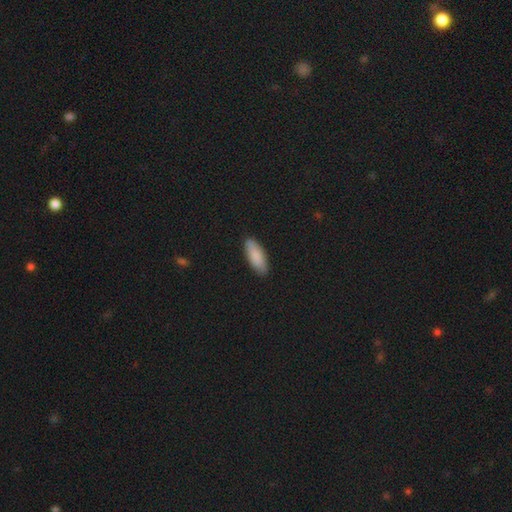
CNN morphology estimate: Overall: smooth (87%). How rounded: in between (74%). Merging: none (86%).